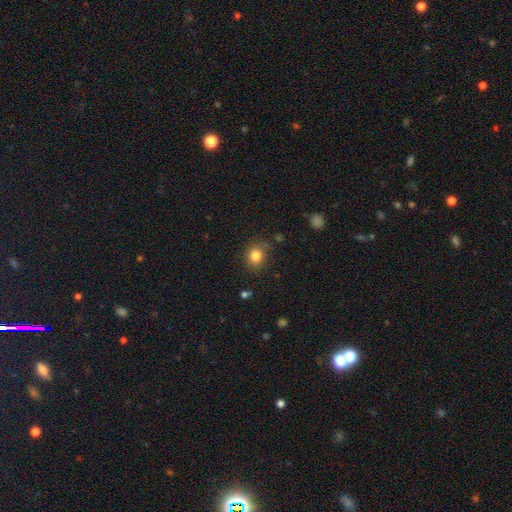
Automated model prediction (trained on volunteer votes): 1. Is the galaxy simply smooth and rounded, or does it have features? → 83% smooth, 11% star or artifact, 6% featured or disk.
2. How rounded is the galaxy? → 71% round, 28% in between, 1% cigar-shaped.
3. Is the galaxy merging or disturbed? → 78% none, 16% minor disturbance, 4% major disturbance, 2% merger.